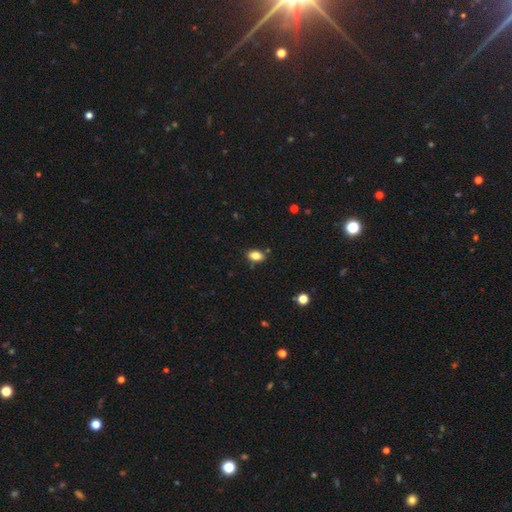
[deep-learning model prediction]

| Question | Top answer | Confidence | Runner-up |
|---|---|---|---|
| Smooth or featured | smooth | 84% | star or artifact (10%) |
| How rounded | in between | 85% | round (13%) |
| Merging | none | 83% | minor disturbance (12%) |